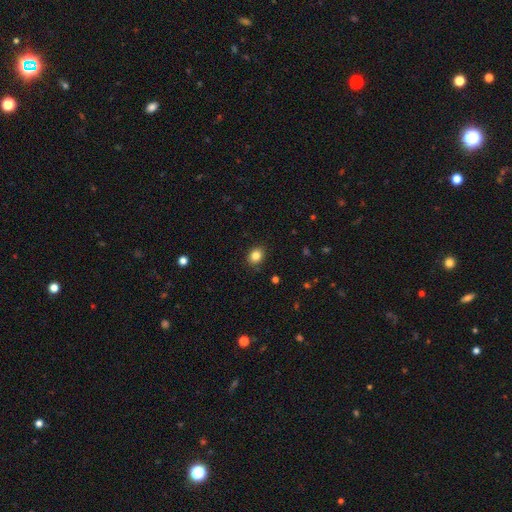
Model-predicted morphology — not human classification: This is clearly a smooth galaxy (84%). How rounded: possibly round (54%). Merging: clearly none (88%).